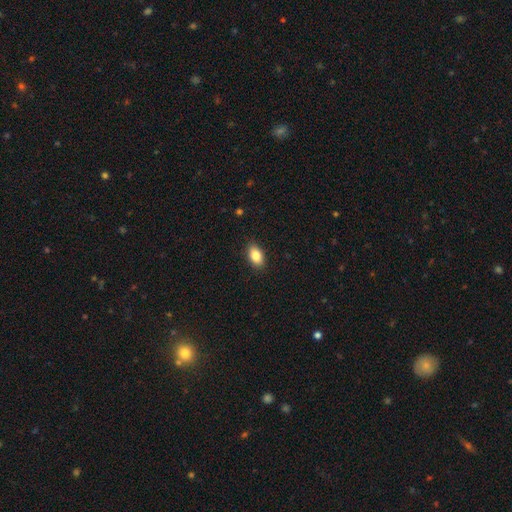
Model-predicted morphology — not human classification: A smooth galaxy with no disk features (85%) that is in between round and cigar-shaped (91%). Merging: none (88%).